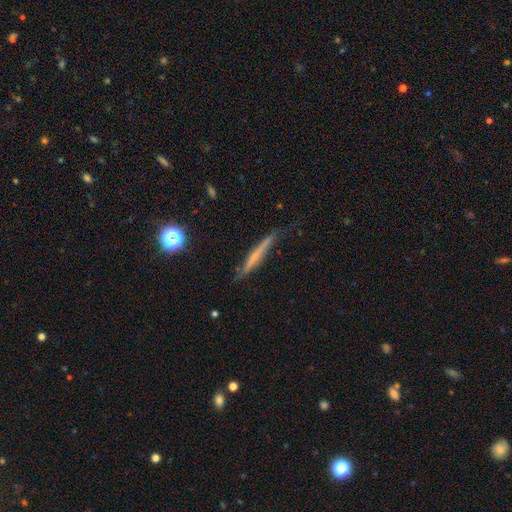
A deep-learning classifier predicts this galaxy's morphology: featured or disk 55%, smooth 36%, star or artifact 10%. Down the decision tree: edge-on disk — yes (93%); edge-on bulge — none (55%); merging — none (76%).